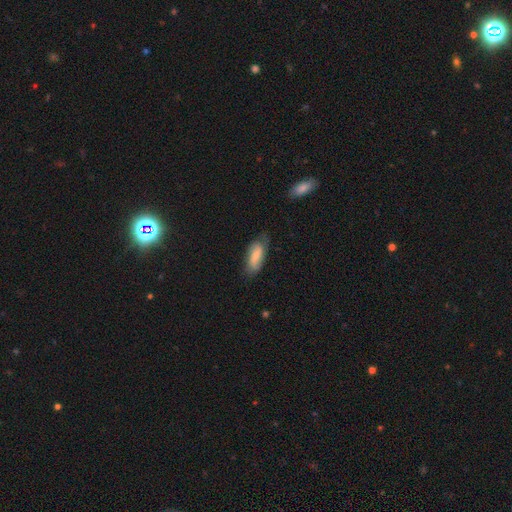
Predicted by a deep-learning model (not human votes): smooth 67%, featured or disk 27%, star or artifact 6%. Down the decision tree: how rounded — in between (80%); merging — none (65%).